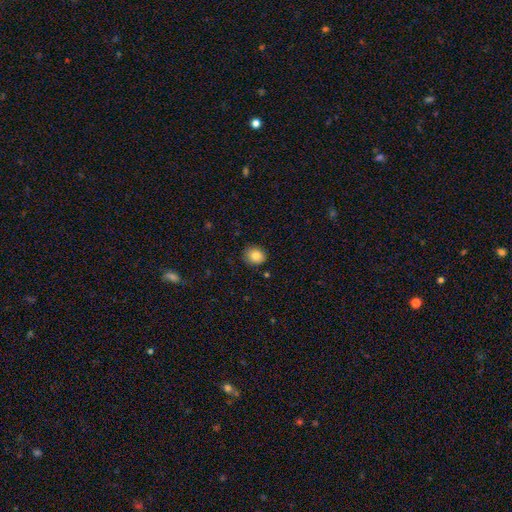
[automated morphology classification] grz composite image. It shows a smooth galaxy with no disk features (82%) that is round (65%). Merging: none (85%).